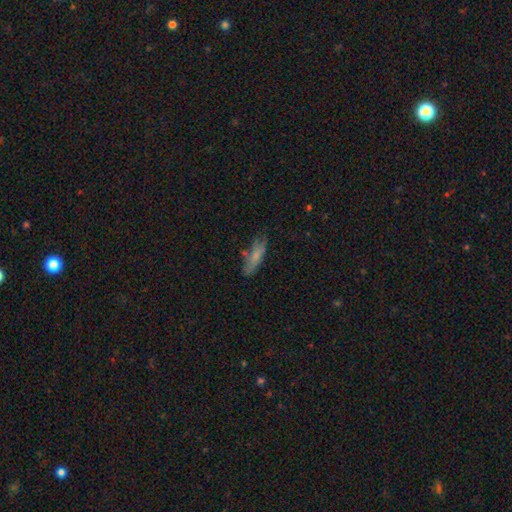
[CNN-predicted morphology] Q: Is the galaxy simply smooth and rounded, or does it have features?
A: smooth — 69%.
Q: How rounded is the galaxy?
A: cigar-shaped — 58%.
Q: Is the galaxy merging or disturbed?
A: none — 58%.